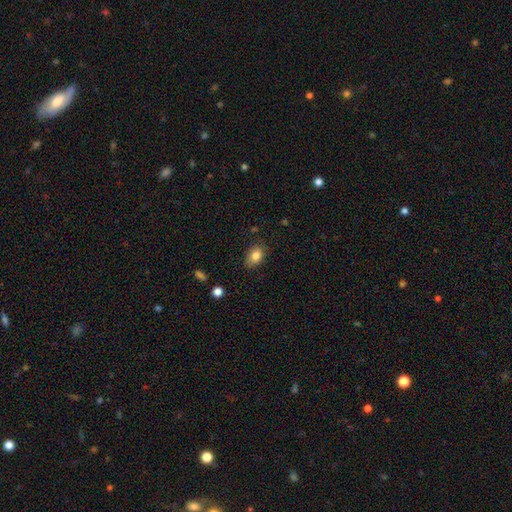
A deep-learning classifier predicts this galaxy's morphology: Smooth or featured?
  - smooth: 83% *
  - star or artifact: 9%
  - featured or disk: 8%
How rounded?
  - in between: 82% *
  - round: 17%
  - cigar-shaped: 1%
Merging?
  - none: 75% *
  - minor disturbance: 20%
  - major disturbance: 4%
  - merger: 2%